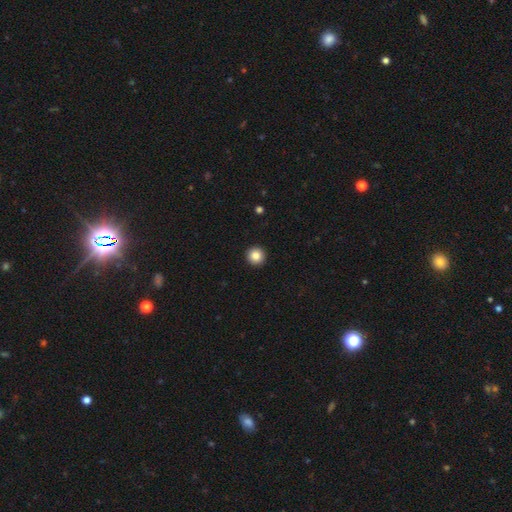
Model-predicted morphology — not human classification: Smooth or featured? Predicted: smooth (p=0.86). How rounded? Predicted: round (p=0.95). Merging? Predicted: none (p=0.94).